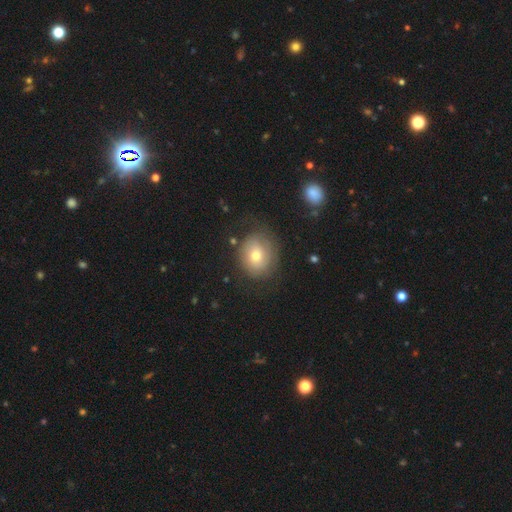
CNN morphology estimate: Smooth or featured? Predicted: smooth (p=0.58). How rounded? Predicted: round (p=0.68). Merging? Predicted: none (p=0.65).